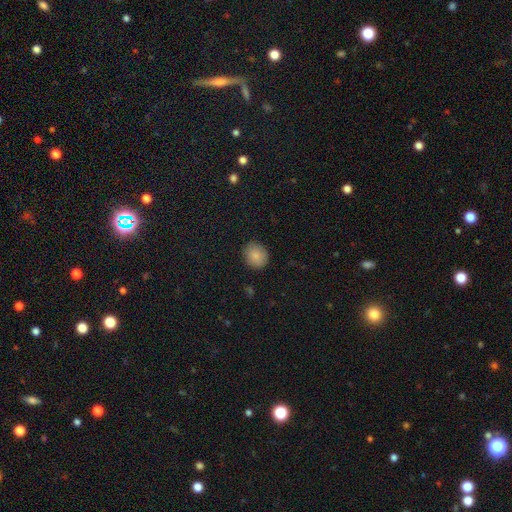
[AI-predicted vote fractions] Smooth or featured? Predicted: smooth (p=0.85). How rounded? Predicted: round (p=0.66). Merging? Predicted: none (p=0.87).